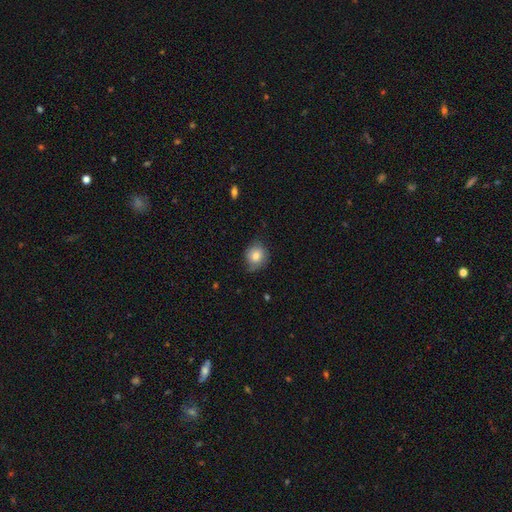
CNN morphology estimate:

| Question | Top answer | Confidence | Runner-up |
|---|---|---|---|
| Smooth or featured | smooth | 77% | featured or disk (14%) |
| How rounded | round | 80% | in between (19%) |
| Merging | none | 64% | minor disturbance (28%) |